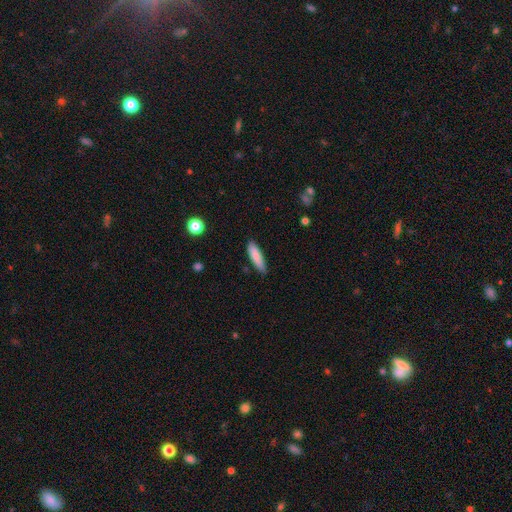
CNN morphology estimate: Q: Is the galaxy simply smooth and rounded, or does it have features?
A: smooth — 83%.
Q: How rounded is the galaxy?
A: cigar-shaped — 65%.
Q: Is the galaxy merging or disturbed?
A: none — 80%.